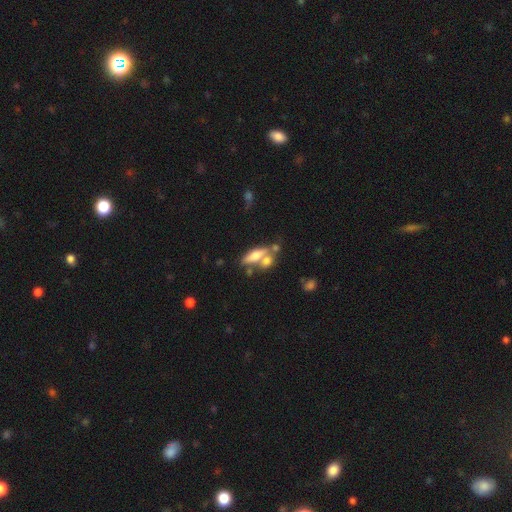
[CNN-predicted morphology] smooth-or-featured: smooth: 54% | featured or disk: 37% | star or artifact: 9%
  how-rounded: in between: 53% | cigar-shaped: 43% | round: 4%
  merging: none: 43% | merger: 38% | minor disturbance: 13% | major disturbance: 7%